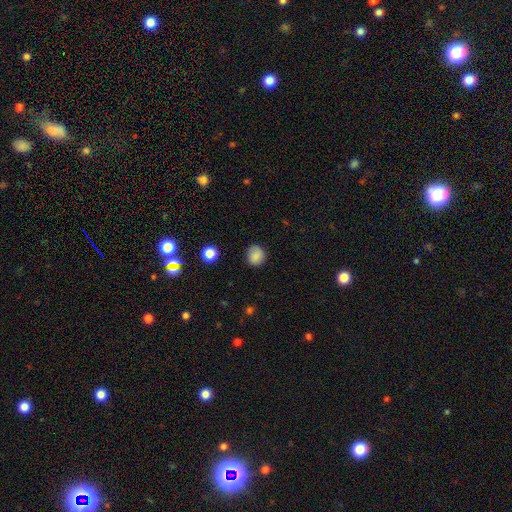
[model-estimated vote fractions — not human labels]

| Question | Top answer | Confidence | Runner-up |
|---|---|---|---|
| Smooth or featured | smooth | 85% | star or artifact (10%) |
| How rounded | round | 83% | in between (16%) |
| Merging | none | 85% | minor disturbance (11%) |